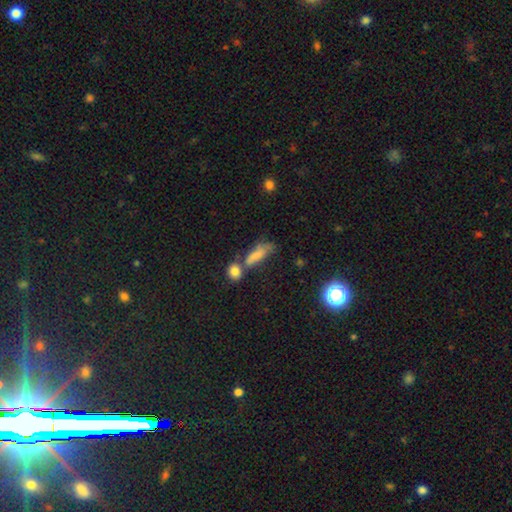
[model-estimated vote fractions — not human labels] Smooth or featured? smooth (62%)
How rounded? in between (48%)
Merging? merger (37%)